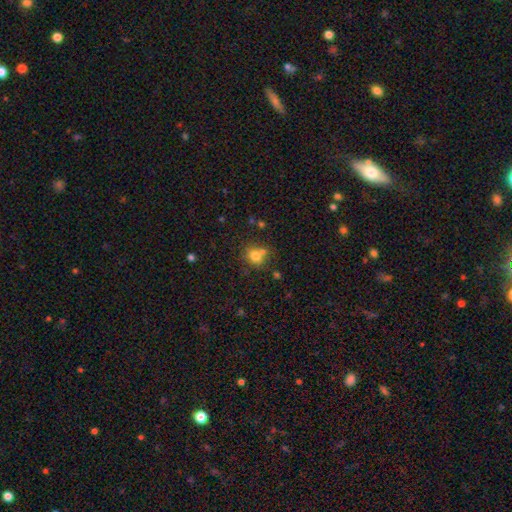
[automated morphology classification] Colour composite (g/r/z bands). It shows a smooth galaxy with no disk features (76%) that is round (67%). Merging: none (53%).